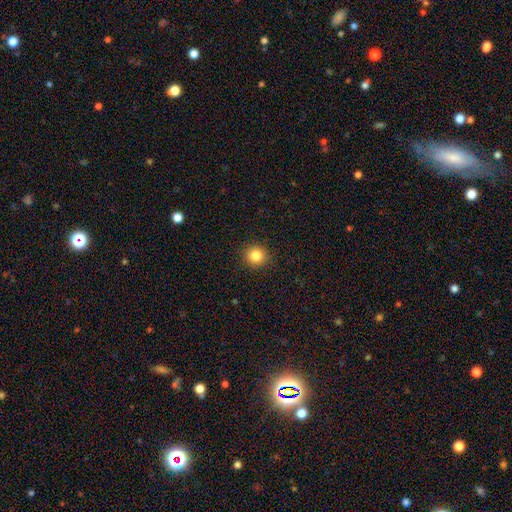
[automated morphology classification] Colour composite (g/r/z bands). It shows a smooth galaxy with no disk features (84%) that is round (91%). Merging: none (92%).